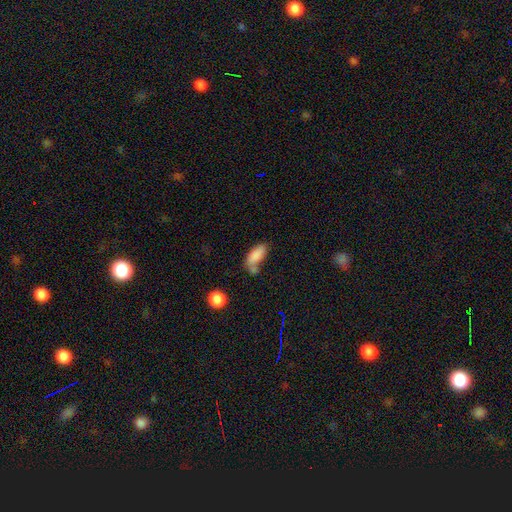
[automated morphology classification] type=smooth (83%); roundness=in between (83%); merging=none (40%).